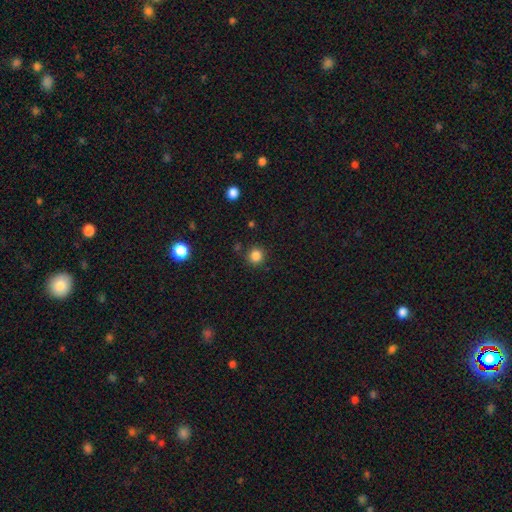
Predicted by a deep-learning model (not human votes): smooth_or_featured: smooth (p=0.84) [alt: star or artifact p=0.13]
how_rounded: round (p=0.92) [alt: in between p=0.07]
merging: none (p=0.87) [alt: minor disturbance p=0.07]